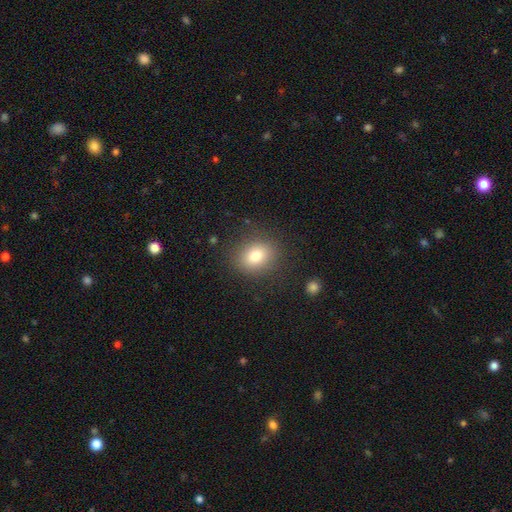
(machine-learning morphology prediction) smooth-or-featured: smooth: 78% | star or artifact: 11% | featured or disk: 11%
  how-rounded: round: 50% | in between: 49% | cigar-shaped: 1%
  merging: none: 84% | minor disturbance: 10% | major disturbance: 4% | merger: 1%